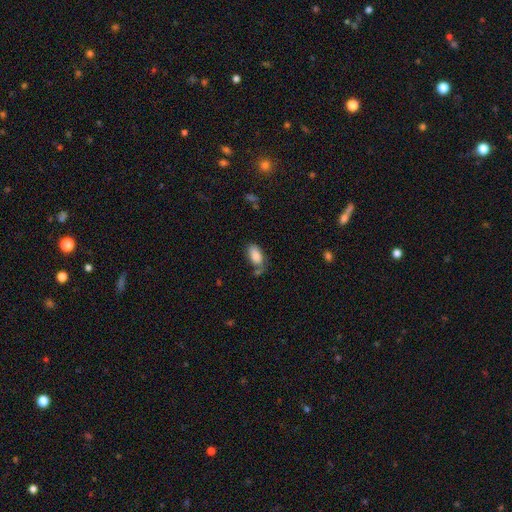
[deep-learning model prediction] Smooth or featured?
  - smooth: 85% *
  - featured or disk: 8%
  - star or artifact: 7%
How rounded?
  - in between: 94% *
  - cigar-shaped: 4%
  - round: 3%
Merging?
  - none: 55% *
  - minor disturbance: 24%
  - merger: 12%
  - major disturbance: 9%